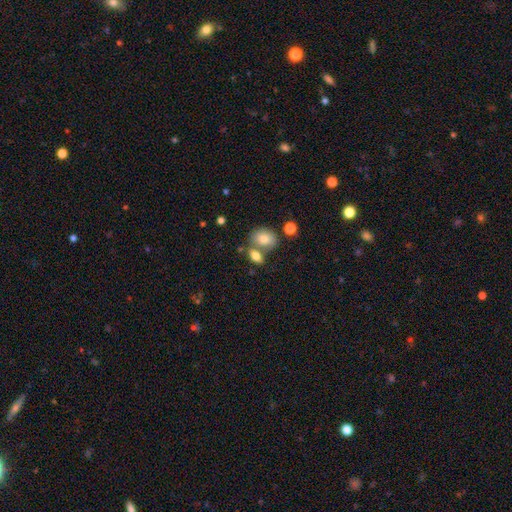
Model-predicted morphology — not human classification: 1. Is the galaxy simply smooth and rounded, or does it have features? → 79% smooth, 13% featured or disk, 8% star or artifact.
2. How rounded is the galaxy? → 81% in between, 15% round, 4% cigar-shaped.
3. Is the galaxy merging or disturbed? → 48% none, 37% merger, 11% minor disturbance, 4% major disturbance.